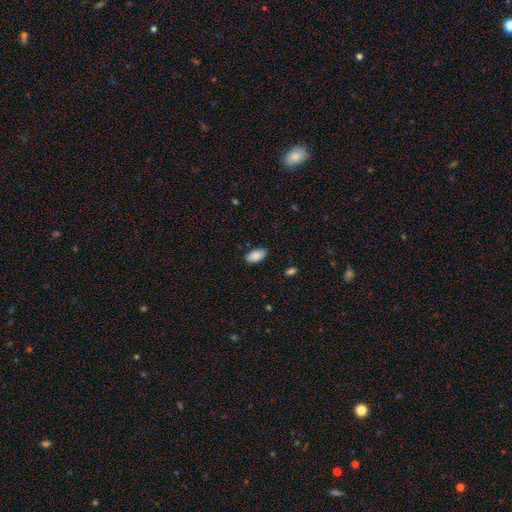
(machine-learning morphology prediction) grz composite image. It shows a smooth galaxy with no disk features (89%) that is in between round and cigar-shaped (95%). Merging: none (86%).